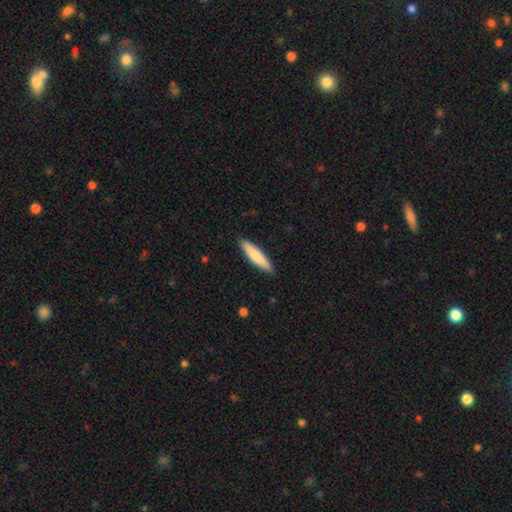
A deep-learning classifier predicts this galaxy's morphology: A smooth galaxy with no disk features (76%) that is cigar-shaped (81%). Merging: none (90%).